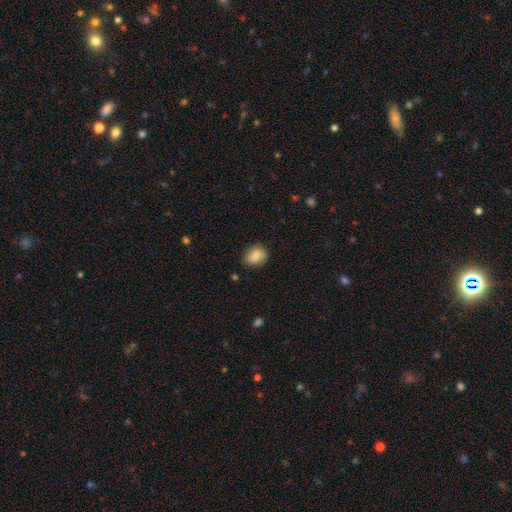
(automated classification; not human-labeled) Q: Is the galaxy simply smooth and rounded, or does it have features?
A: smooth — 85%.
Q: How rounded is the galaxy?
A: in between — 55%.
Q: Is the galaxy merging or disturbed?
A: none — 77%.